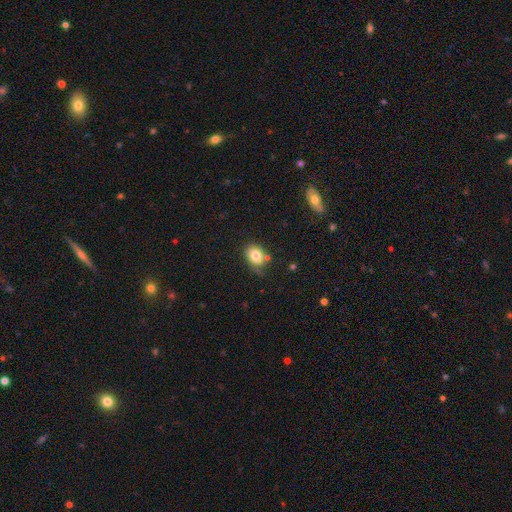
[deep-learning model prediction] Smooth or featured? smooth (80%)
How rounded? in between (58%)
Merging? none (66%)